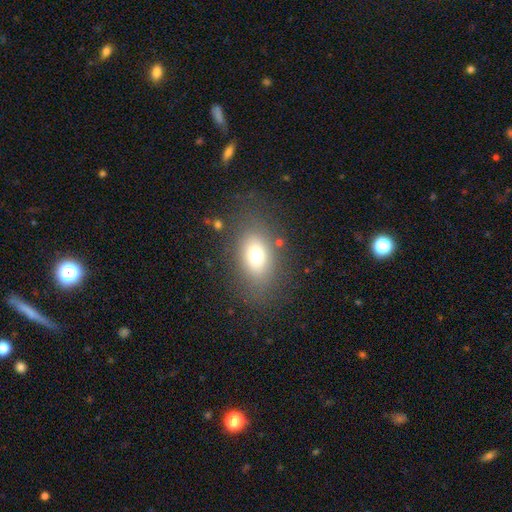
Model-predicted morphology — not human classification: smooth 72%, featured or disk 17%, star or artifact 12%. Down the decision tree: how rounded — in between (83%); merging — none (77%).